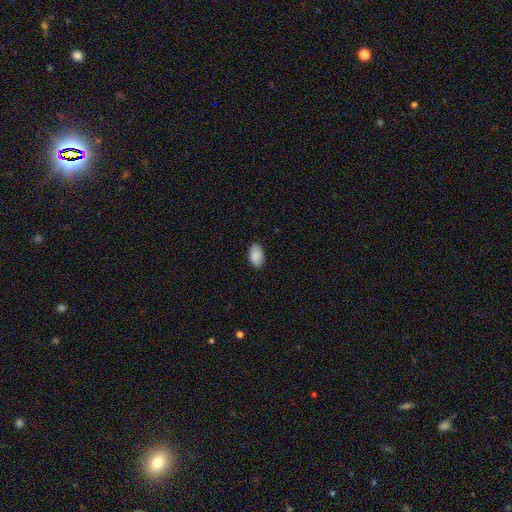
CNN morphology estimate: Smooth or featured: smooth — 89% (star or artifact — 7%)
How rounded: in between — 93% (round — 5%)
Merging: none — 87% (minor disturbance — 10%)